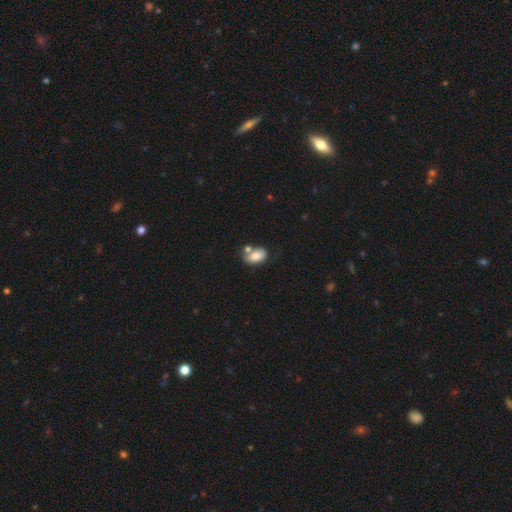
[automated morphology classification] Smooth or featured? smooth (80%)
How rounded? in between (89%)
Merging? none (49%)